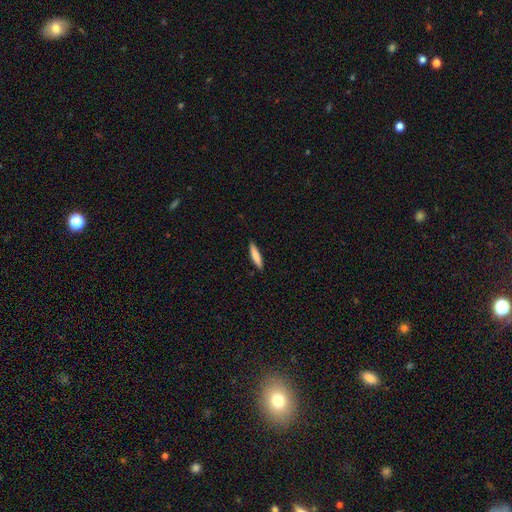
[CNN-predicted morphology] Smooth or featured? smooth (79%)
How rounded? cigar-shaped (85%)
Merging? none (89%)